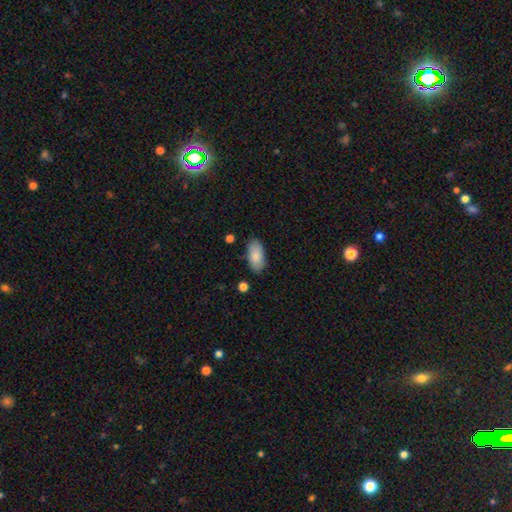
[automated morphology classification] smooth-or-featured: smooth: 86% | featured or disk: 8% | star or artifact: 6%
  how-rounded: in between: 93% | cigar-shaped: 5% | round: 2%
  merging: none: 82% | minor disturbance: 13% | major disturbance: 3% | merger: 2%